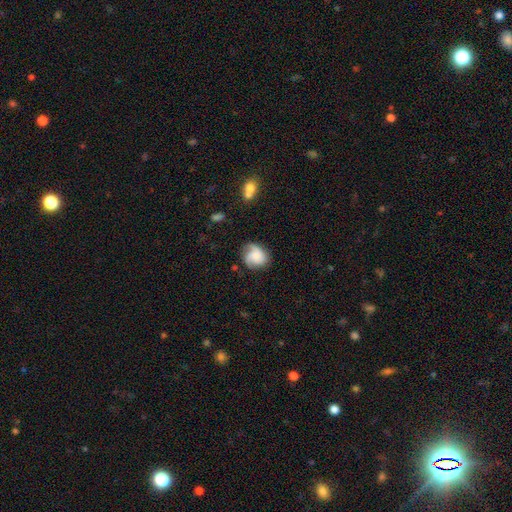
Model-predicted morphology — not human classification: Smooth or featured? featured or disk (52%)
Edge-on disk? no (98%)
Bar? no (73%)
Spiral arms? yes (92%)
Bulge size? none (29%)
Merging? none (63%)